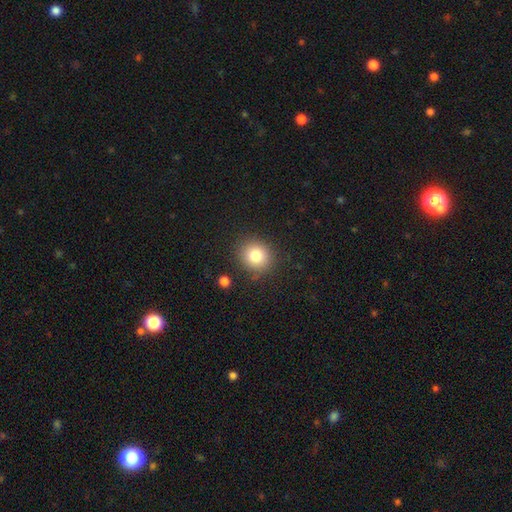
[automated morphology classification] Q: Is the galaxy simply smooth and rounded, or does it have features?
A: smooth — 81%.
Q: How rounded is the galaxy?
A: round — 86%.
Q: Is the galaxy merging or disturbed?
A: none — 85%.